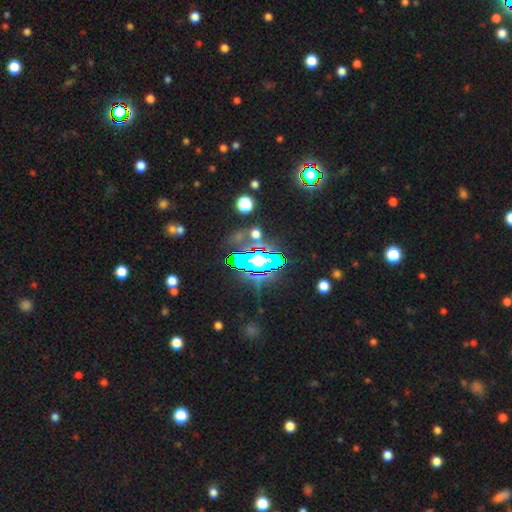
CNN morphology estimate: A star or artifact, not a galaxy (79%).